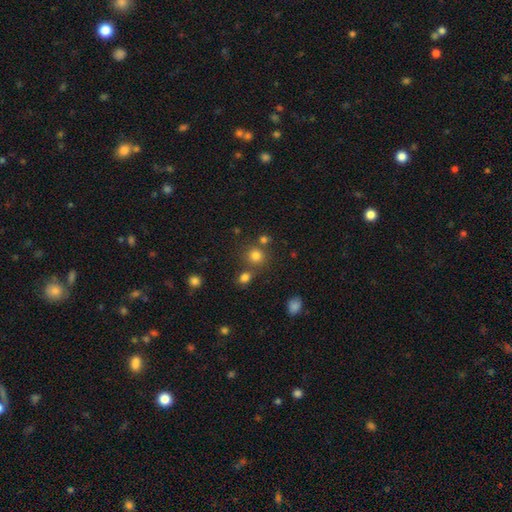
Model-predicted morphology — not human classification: A smooth galaxy with no disk features (78%) that is round (88%). Merging: none (70%).